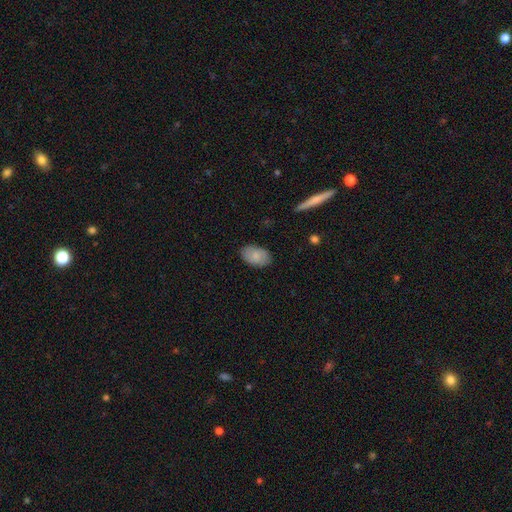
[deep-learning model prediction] smooth_or_featured: smooth (p=0.79) [alt: featured or disk p=0.14]
how_rounded: in between (p=0.91) [alt: round p=0.08]
merging: none (p=0.86) [alt: minor disturbance p=0.11]